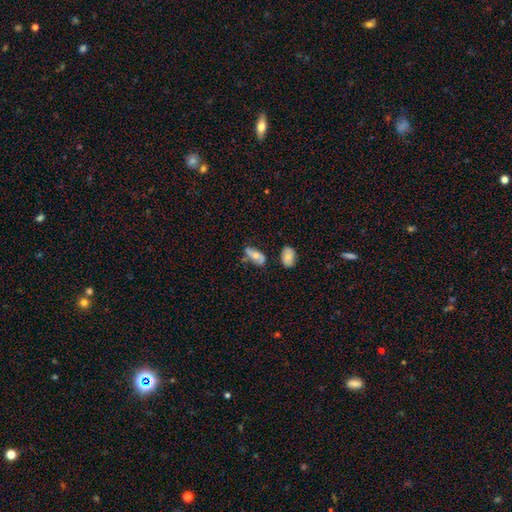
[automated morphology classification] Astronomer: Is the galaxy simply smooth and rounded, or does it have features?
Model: smooth — 55% (runner-up: featured or disk, 37%).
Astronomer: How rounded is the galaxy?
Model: in between — 82%.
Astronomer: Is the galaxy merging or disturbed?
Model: none — 51% (runner-up: minor disturbance, 28%).